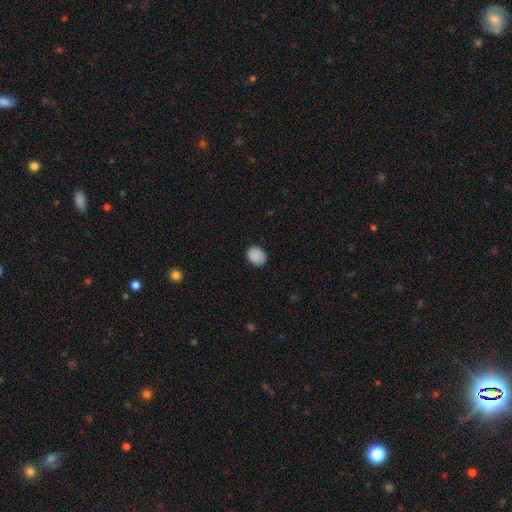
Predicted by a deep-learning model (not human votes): Morphology: type=smooth (89%); roundness=round (51%); merging=none (87%).